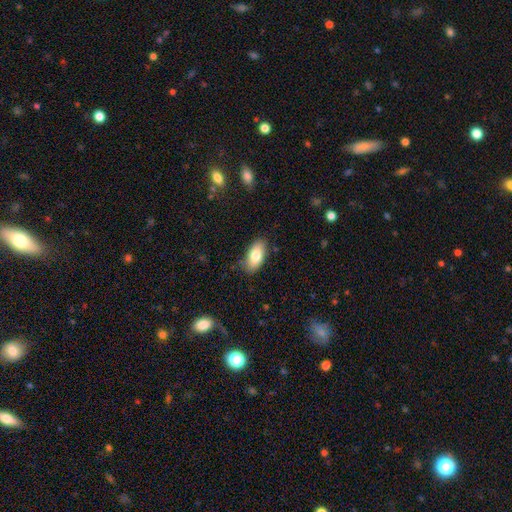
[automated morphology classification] Smooth or featured? Predicted: smooth (p=0.80). How rounded? Predicted: in between (p=0.92). Merging? Predicted: none (p=0.82).